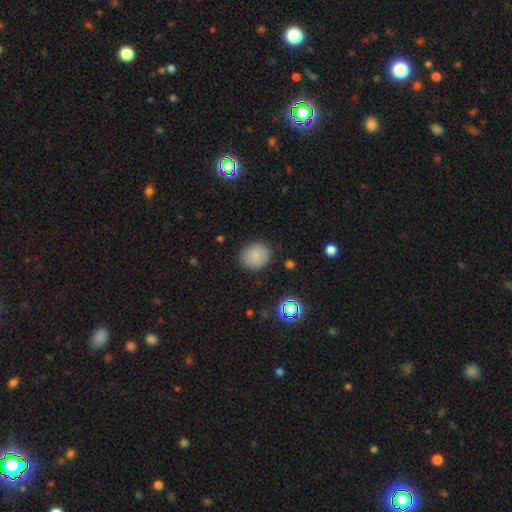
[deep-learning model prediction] Smooth or featured? smooth (84%)
How rounded? round (67%)
Merging? none (86%)